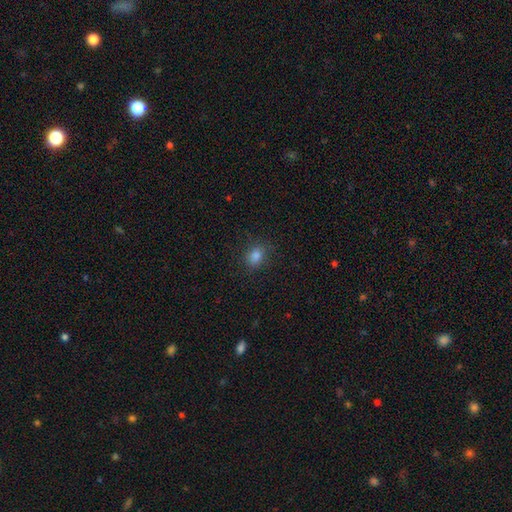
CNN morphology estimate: type=smooth (82%); roundness=in between (62%); merging=none (81%).